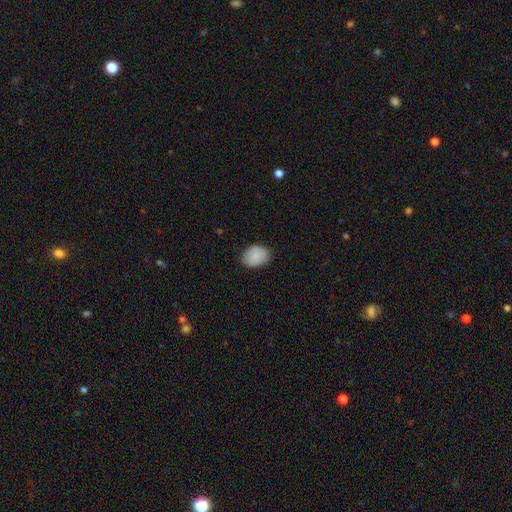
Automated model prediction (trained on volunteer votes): smooth-or-featured: smooth: 88% | star or artifact: 7% | featured or disk: 5%
  how-rounded: in between: 70% | round: 29% | cigar-shaped: 1%
  merging: none: 83% | minor disturbance: 13% | major disturbance: 2% | merger: 1%